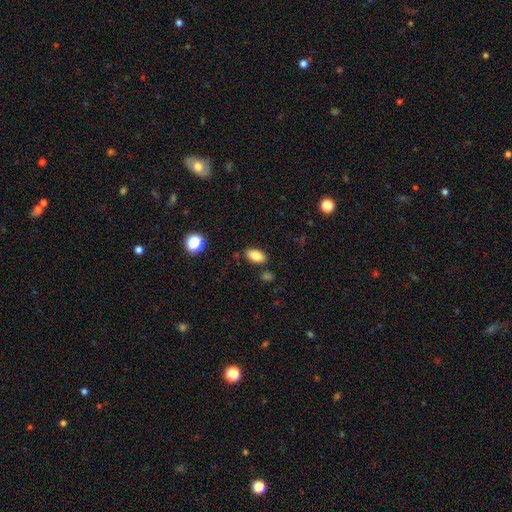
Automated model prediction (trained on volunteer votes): Smooth or featured: smooth — 83% (star or artifact — 9%)
How rounded: in between — 91% (round — 5%)
Merging: none — 84% (minor disturbance — 10%)